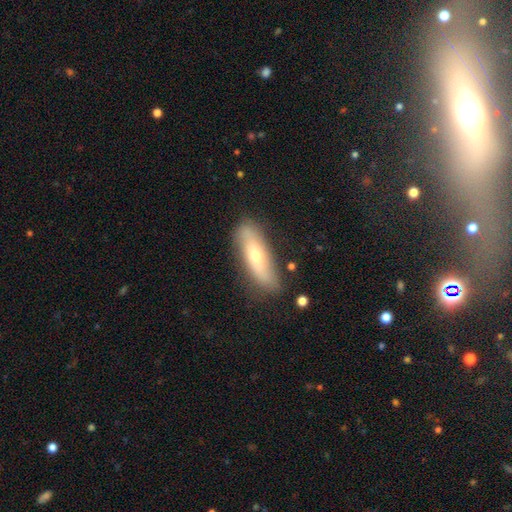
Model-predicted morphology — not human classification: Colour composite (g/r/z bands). It shows a smooth galaxy with no disk features (49%). Merging: none (79%).